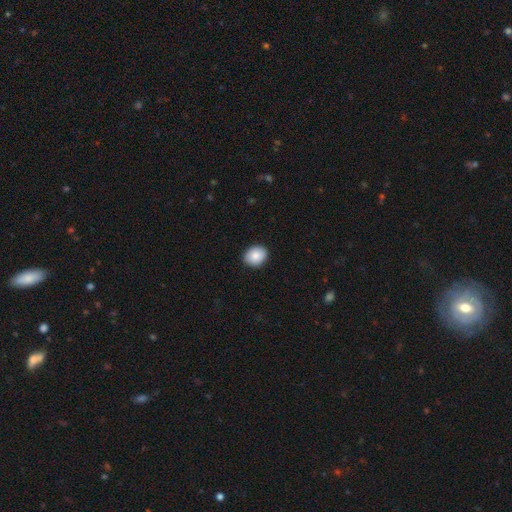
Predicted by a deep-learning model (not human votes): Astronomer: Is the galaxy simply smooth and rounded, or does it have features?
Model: smooth — 87%.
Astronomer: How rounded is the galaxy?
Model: round — 52% (runner-up: in between, 47%).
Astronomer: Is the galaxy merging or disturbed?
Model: none — 91%.